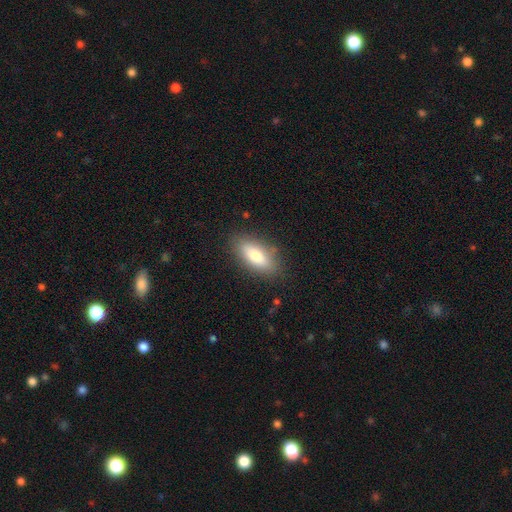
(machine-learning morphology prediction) This appears to be a smooth galaxy with no disk features (74%) that is in between round and cigar-shaped (79%). Merging: none (84%).